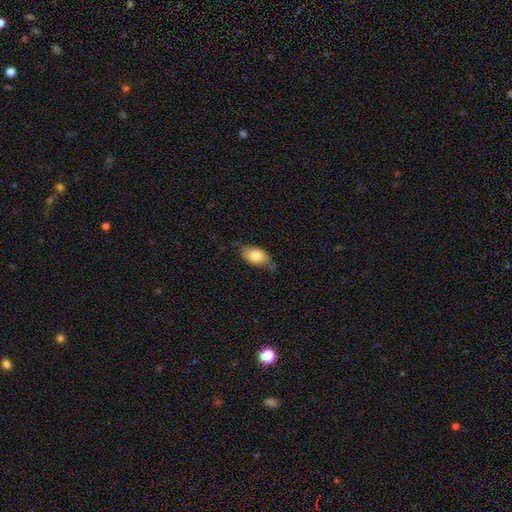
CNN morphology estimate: Q: Smooth or featured?
A: smooth (78%); runner-up: featured or disk (15%)
Q: How rounded?
A: in between (91%); runner-up: round (6%)
Q: Merging?
A: none (65%); runner-up: minor disturbance (27%)